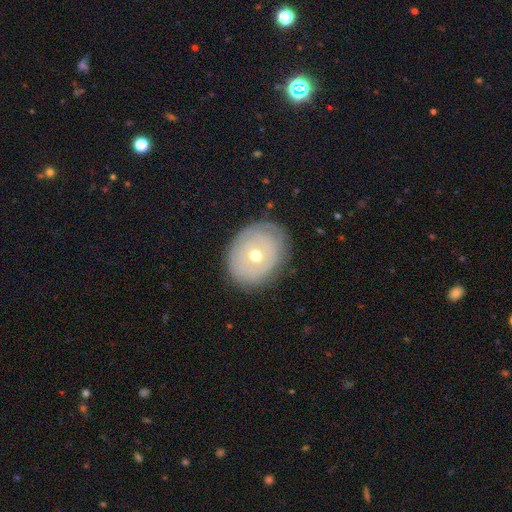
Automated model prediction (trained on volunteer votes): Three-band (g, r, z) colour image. It shows a featured or disk galaxy (49%). Merging: none (76%).